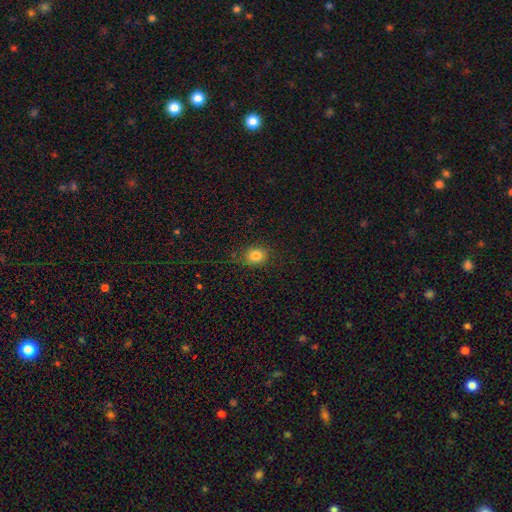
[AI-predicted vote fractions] Smooth or featured?
  - smooth: 81% *
  - star or artifact: 12%
  - featured or disk: 7%
How rounded?
  - round: 65% *
  - in between: 35%
  - cigar-shaped: 1%
Merging?
  - none: 84% *
  - minor disturbance: 12%
  - major disturbance: 3%
  - merger: 1%